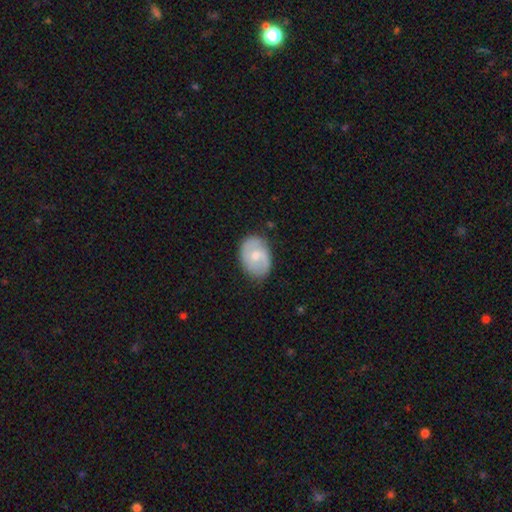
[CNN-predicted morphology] type=featured or disk (49%); merging=none (73%).